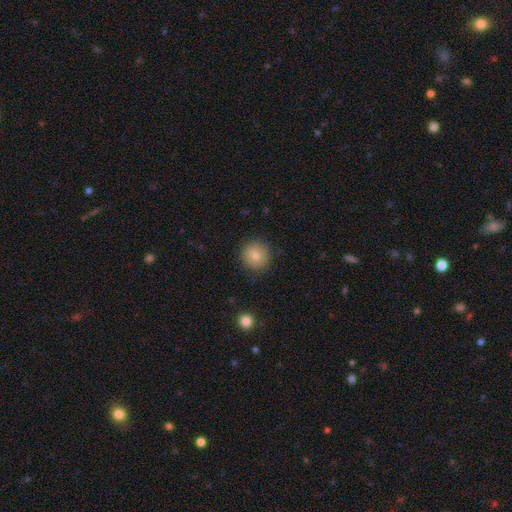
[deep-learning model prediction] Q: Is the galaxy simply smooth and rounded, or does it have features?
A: smooth — 76%.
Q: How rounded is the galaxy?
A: round — 95%.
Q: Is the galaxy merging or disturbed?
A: none — 88%.